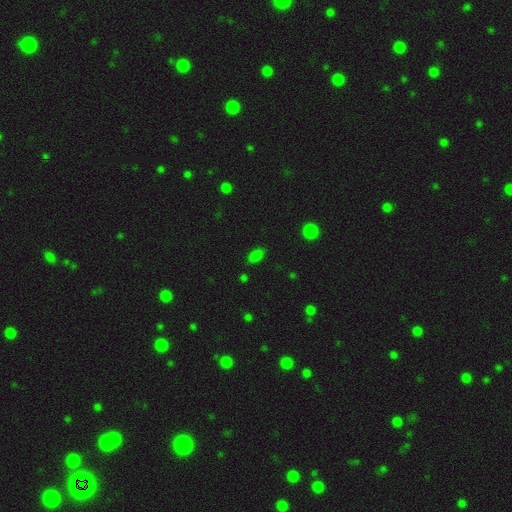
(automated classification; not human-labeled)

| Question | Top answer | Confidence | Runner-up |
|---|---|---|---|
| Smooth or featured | smooth | 77% | star or artifact (19%) |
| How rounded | in between | 86% | round (11%) |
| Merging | none | 83% | minor disturbance (12%) |